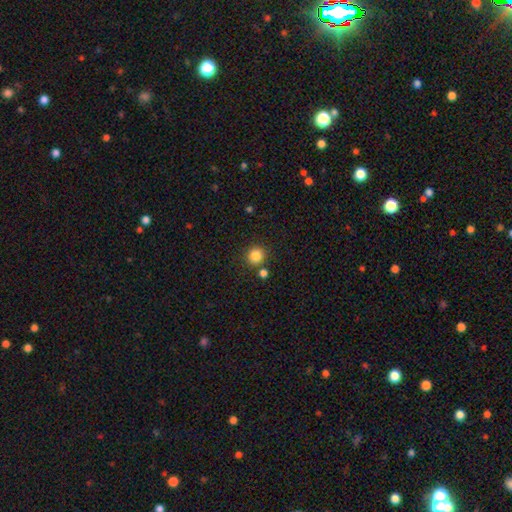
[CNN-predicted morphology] smooth_or_featured: smooth (p=0.85) [alt: star or artifact p=0.11]
how_rounded: round (p=0.93) [alt: in between p=0.06]
merging: none (p=0.82) [alt: merger p=0.08]